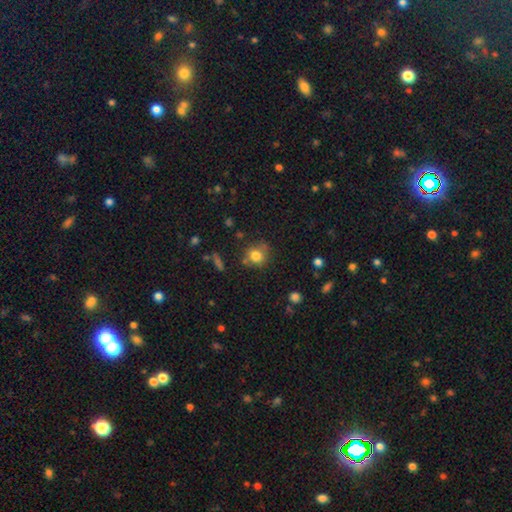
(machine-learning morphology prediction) A smooth galaxy with no disk features (80%) that is round (85%). Merging: none (71%).